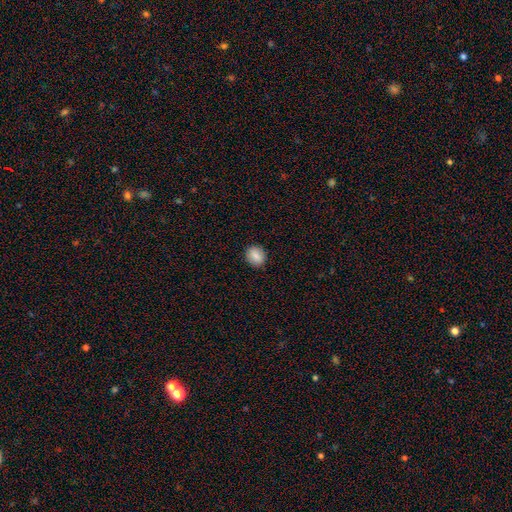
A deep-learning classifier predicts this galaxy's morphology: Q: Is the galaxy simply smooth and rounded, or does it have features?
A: smooth — 86%.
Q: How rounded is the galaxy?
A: round — 65%.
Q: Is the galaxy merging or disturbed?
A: none — 89%.